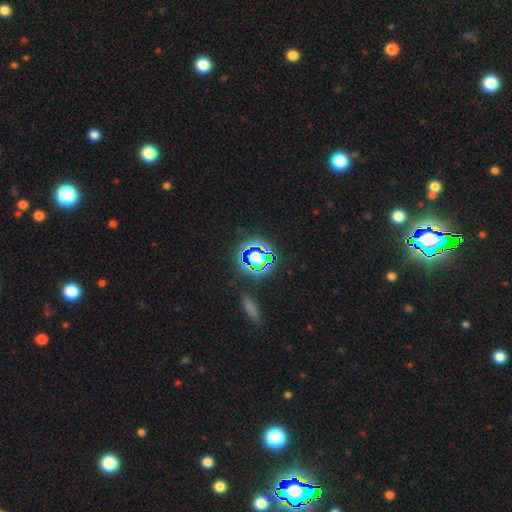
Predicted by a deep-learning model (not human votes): star or artifact 66%, smooth 23%, featured or disk 11%.